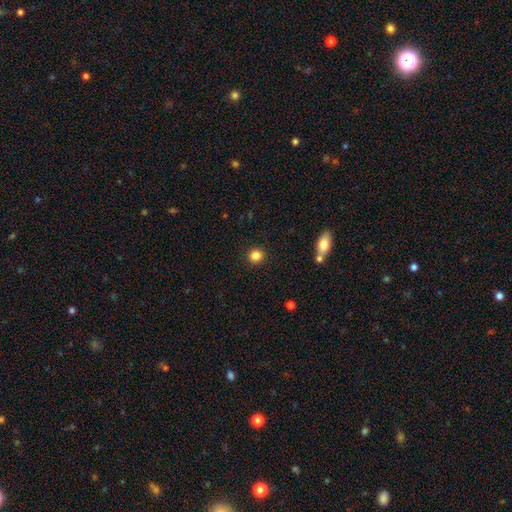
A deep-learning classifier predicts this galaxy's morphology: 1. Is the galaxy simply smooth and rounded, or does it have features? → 84% smooth, 11% star or artifact, 4% featured or disk.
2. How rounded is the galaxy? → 88% round, 11% in between, 1% cigar-shaped.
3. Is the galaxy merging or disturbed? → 91% none, 5% minor disturbance, 2% major disturbance, 2% merger.